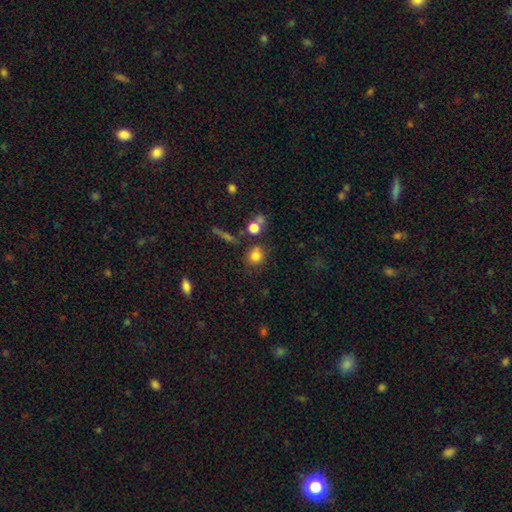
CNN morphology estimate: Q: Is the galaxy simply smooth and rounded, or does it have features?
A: smooth — 81%.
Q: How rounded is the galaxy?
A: round — 77%.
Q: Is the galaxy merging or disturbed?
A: none — 75%.